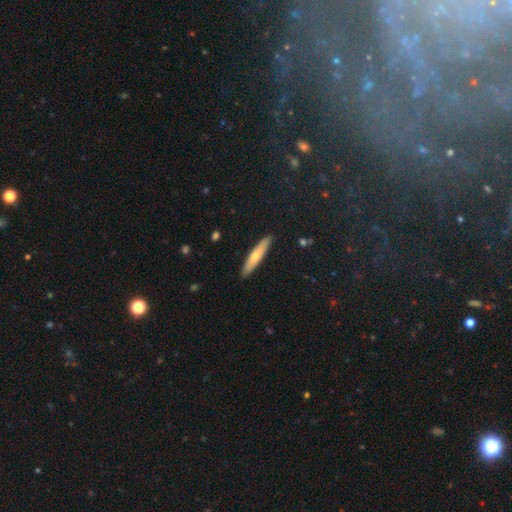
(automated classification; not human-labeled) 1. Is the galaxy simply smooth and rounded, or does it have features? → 59% smooth, 35% featured or disk, 6% star or artifact.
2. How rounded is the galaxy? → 88% cigar-shaped, 11% in between, 1% round.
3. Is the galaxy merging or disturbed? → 90% none, 7% minor disturbance, 1% major disturbance, 1% merger.